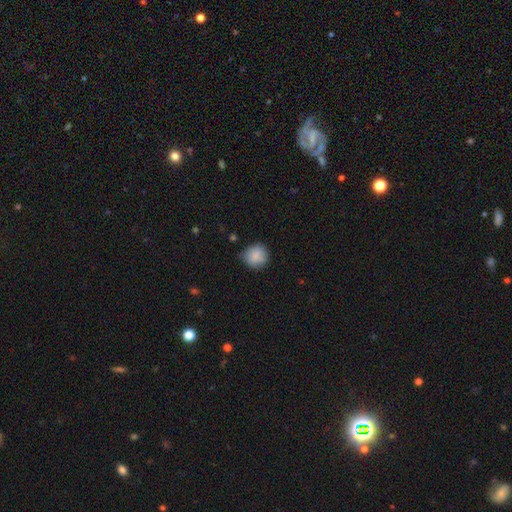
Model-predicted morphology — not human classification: Smooth or featured? Predicted: smooth (p=0.85). How rounded? Predicted: round (p=0.86). Merging? Predicted: none (p=0.72).